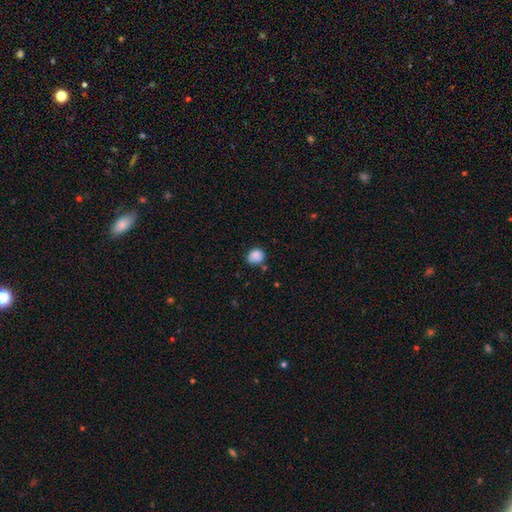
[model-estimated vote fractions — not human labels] A smooth galaxy with no disk features (86%) that is round (77%). Merging: none (68%).